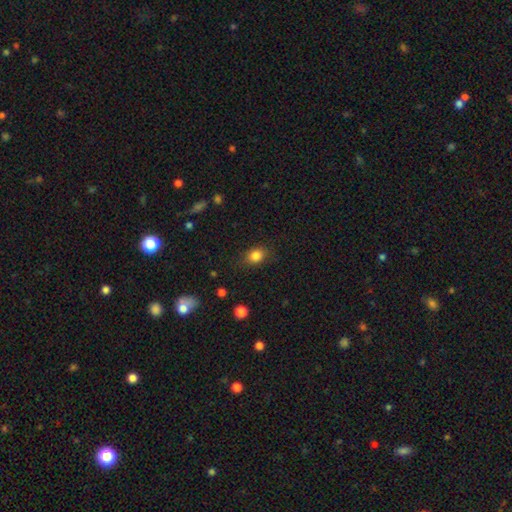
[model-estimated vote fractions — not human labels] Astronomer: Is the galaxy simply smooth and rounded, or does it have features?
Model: smooth — 83%.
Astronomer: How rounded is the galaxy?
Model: in between — 60% (runner-up: round, 39%).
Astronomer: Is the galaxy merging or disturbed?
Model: none — 80%.